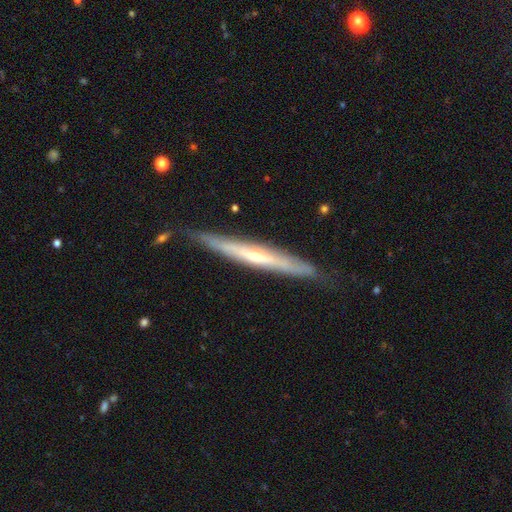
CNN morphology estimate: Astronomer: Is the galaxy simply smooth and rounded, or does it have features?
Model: featured or disk — 70%.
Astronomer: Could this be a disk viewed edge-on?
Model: yes — 92%.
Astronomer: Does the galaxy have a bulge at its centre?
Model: rounded — 61%.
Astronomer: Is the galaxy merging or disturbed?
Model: none — 82%.